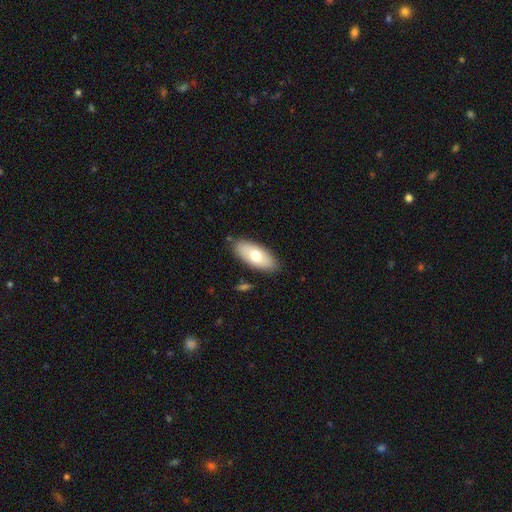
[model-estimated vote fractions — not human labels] A smooth galaxy with no disk features (69%) that is in between round and cigar-shaped (87%). Merging: none (84%).